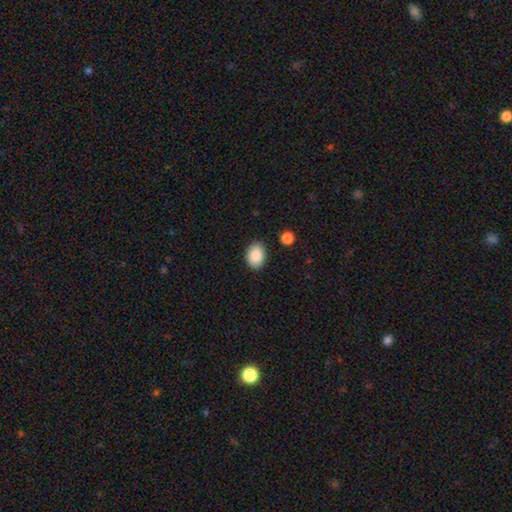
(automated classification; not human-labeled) Morphology: type=smooth (89%); roundness=in between (76%); merging=none (85%).